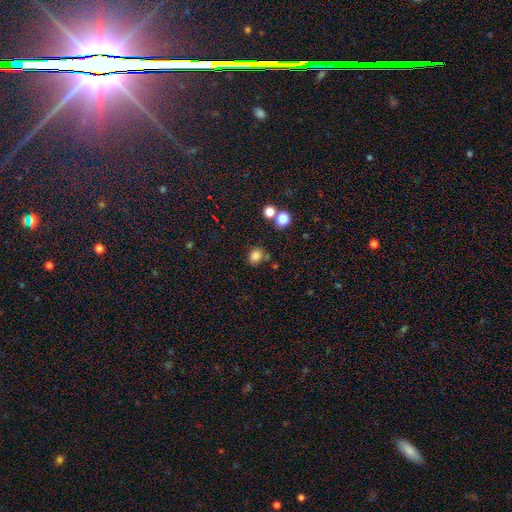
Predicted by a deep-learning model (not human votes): A smooth galaxy with no disk features (81%) that is round (65%).

Vote fractions:
- Smooth or featured? smooth: 81% / star or artifact: 14% / featured or disk: 5%
- How rounded? round: 65% / in between: 34% / cigar-shaped: 1%
- Merging? none: 71% / minor disturbance: 15% / merger: 9% / major disturbance: 5%